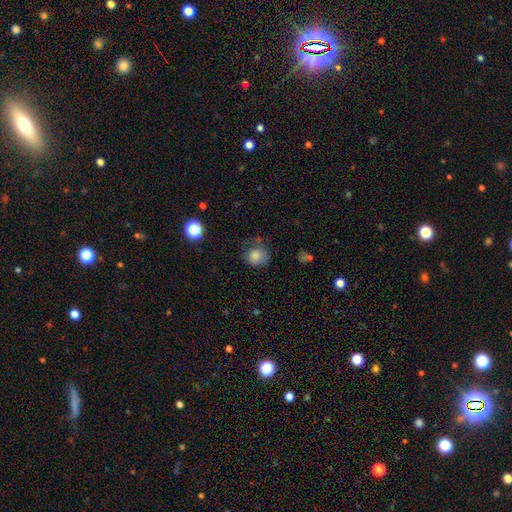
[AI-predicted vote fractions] Smooth or featured? smooth (81%)
How rounded? round (84%)
Merging? none (65%)